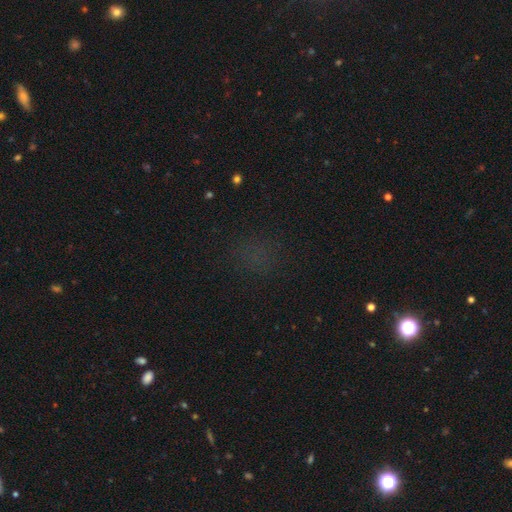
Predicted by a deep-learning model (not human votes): Smooth or featured?
  - star or artifact: 46% *
  - smooth: 44%
  - featured or disk: 10%